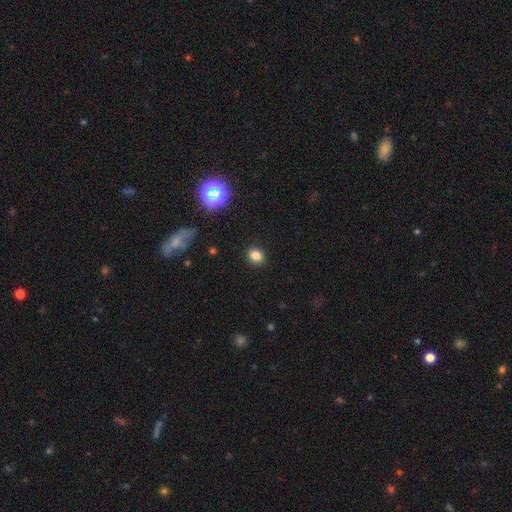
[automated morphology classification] smooth-or-featured: smooth: 82% | star or artifact: 13% | featured or disk: 5%
  how-rounded: round: 57% | in between: 42% | cigar-shaped: 1%
  merging: none: 90% | minor disturbance: 7% | major disturbance: 2% | merger: 1%